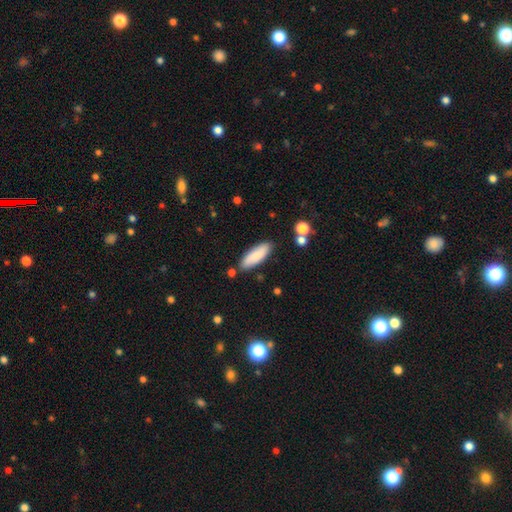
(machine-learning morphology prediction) smooth 83%, featured or disk 11%, star or artifact 6%. Down the decision tree: how rounded — in between (56%); merging — none (83%).